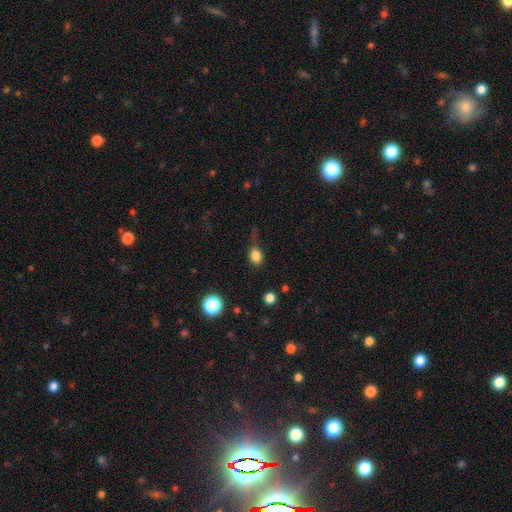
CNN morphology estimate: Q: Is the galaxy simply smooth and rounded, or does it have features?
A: smooth — 82%.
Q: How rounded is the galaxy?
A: in between — 64%.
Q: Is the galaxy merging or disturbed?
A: none — 54%.